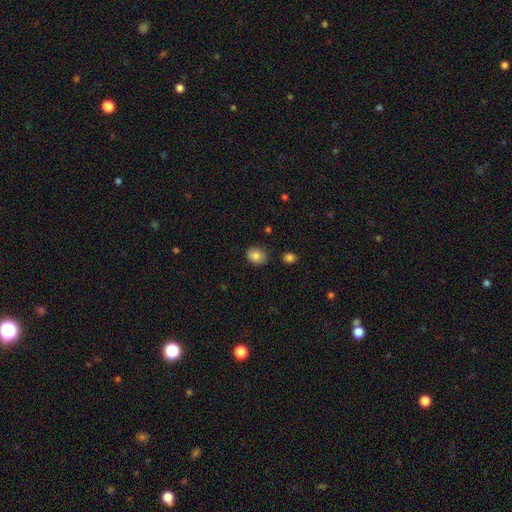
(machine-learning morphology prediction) Q: Smooth or featured?
A: smooth (81%); runner-up: featured or disk (10%)
Q: How rounded?
A: round (52%); runner-up: in between (47%)
Q: Merging?
A: none (82%); runner-up: minor disturbance (13%)